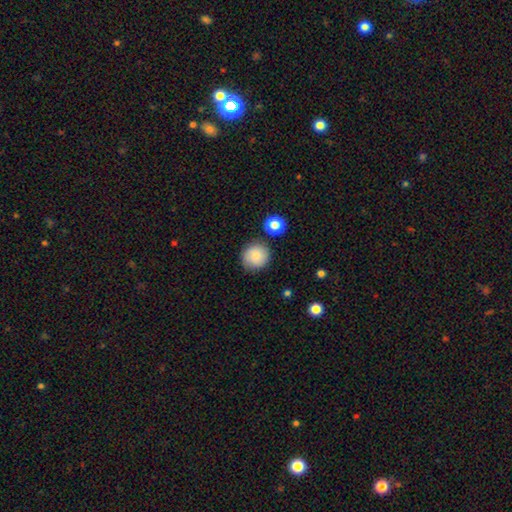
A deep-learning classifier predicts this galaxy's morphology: Smooth or featured?
  - smooth: 83% *
  - star or artifact: 9%
  - featured or disk: 8%
How rounded?
  - round: 93% *
  - in between: 6%
  - cigar-shaped: 1%
Merging?
  - none: 83% *
  - minor disturbance: 10%
  - merger: 4%
  - major disturbance: 3%